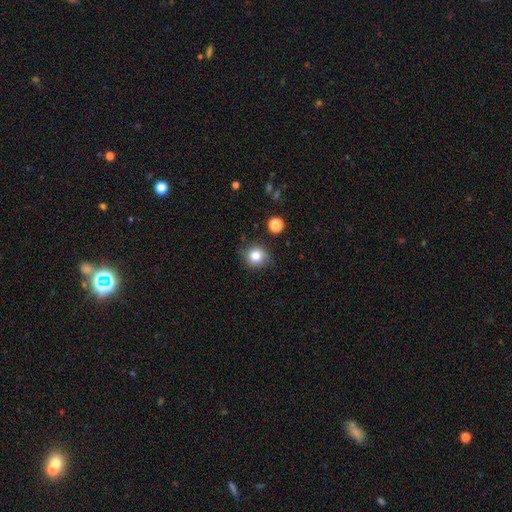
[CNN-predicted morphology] The model was most divided on "merging": none: 77%, minor disturbance: 17%, major disturbance: 4%, merger: 2%. More confident: how rounded — round (81%); smooth or featured — smooth (79%).